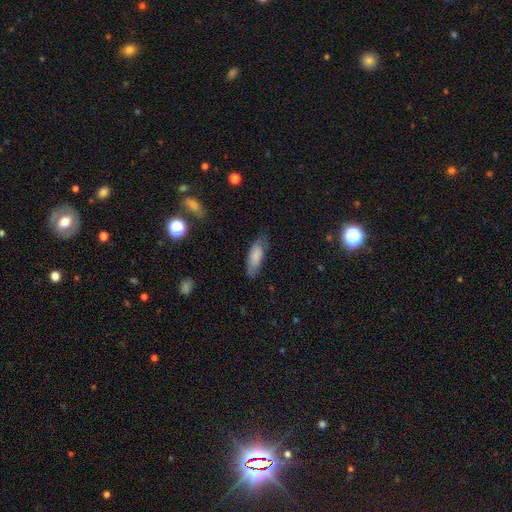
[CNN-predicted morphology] Smooth or featured? smooth (80%)
How rounded? in between (68%)
Merging? none (70%)